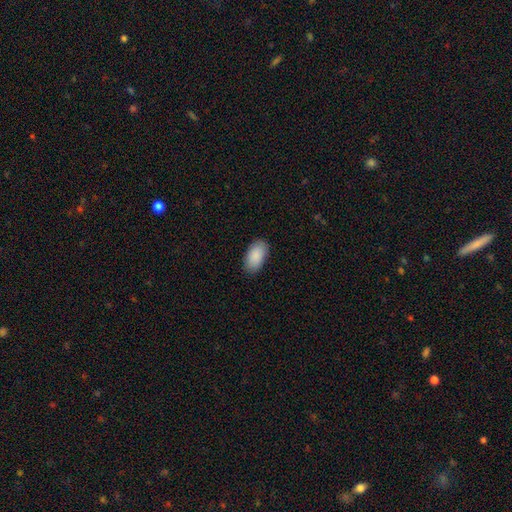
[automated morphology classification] Q: Smooth or featured?
A: smooth (90%); runner-up: star or artifact (6%)
Q: How rounded?
A: in between (95%); runner-up: round (3%)
Q: Merging?
A: none (86%); runner-up: minor disturbance (10%)